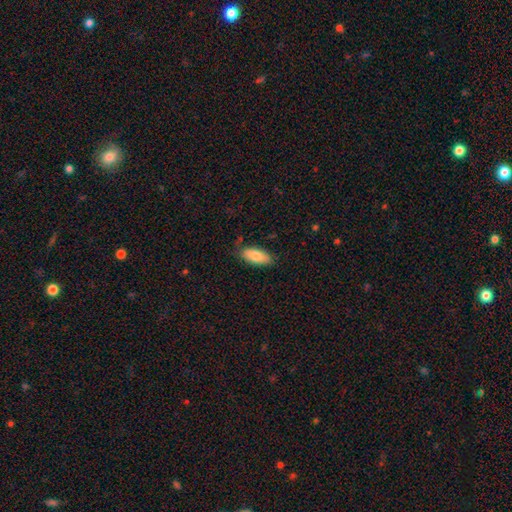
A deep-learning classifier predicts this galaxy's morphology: type=smooth (80%); roundness=in between (87%); merging=none (79%).